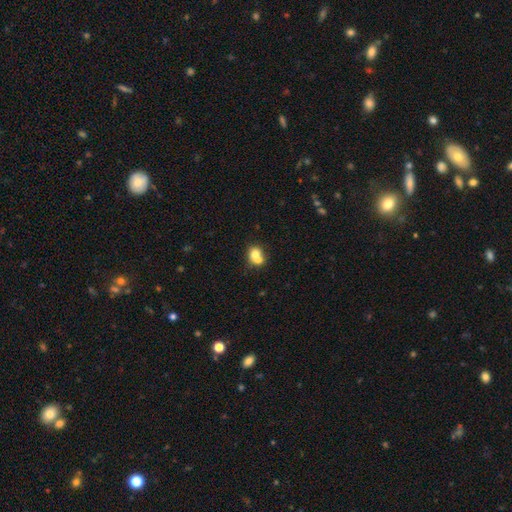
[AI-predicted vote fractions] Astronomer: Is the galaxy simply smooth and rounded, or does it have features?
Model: smooth — 71%.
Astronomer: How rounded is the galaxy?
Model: round — 67%.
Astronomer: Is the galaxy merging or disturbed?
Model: merger — 59%.